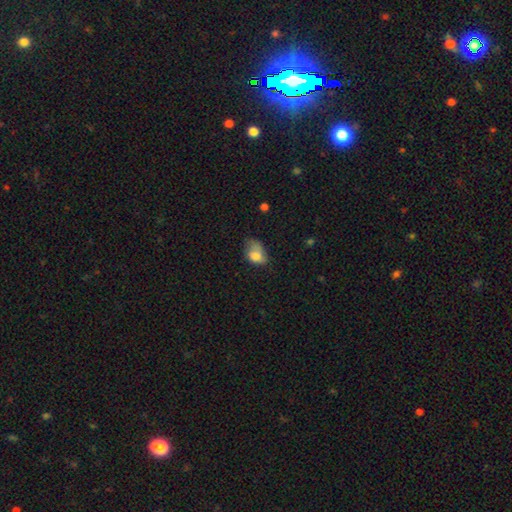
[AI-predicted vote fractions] smooth_or_featured: smooth (p=0.76) [alt: featured or disk p=0.15]
how_rounded: in between (p=0.82) [alt: round p=0.17]
merging: minor disturbance (p=0.40) [alt: major disturbance p=0.30]